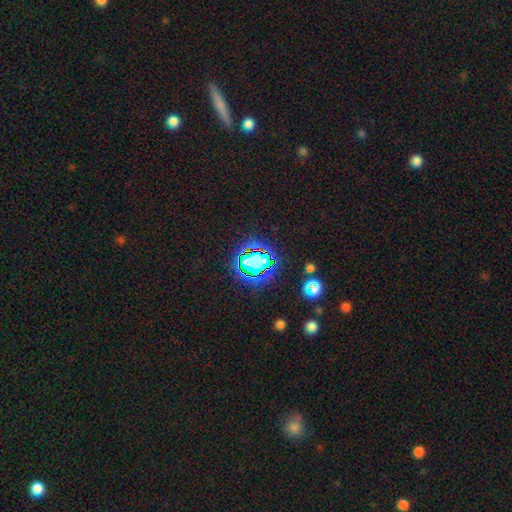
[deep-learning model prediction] star or artifact 67%, smooth 22%, featured or disk 11%.